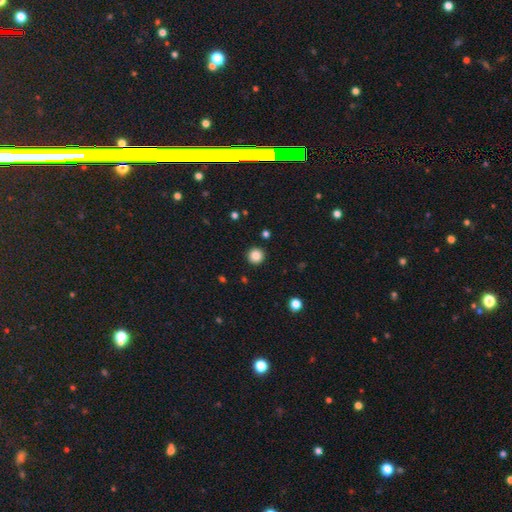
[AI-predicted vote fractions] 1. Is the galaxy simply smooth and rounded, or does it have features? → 85% smooth, 11% star or artifact, 4% featured or disk.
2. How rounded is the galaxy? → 96% round, 3% in between, 1% cigar-shaped.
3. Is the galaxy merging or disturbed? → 93% none, 4% minor disturbance, 2% major disturbance, 1% merger.